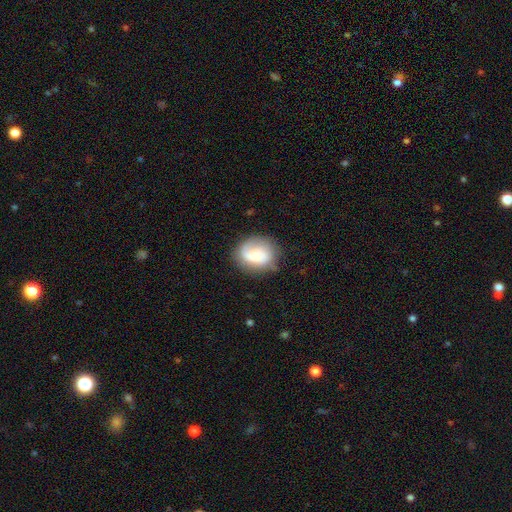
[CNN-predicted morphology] This is possibly a smooth galaxy (50%). How rounded: likely round (62%). Merging: likely none (69%).